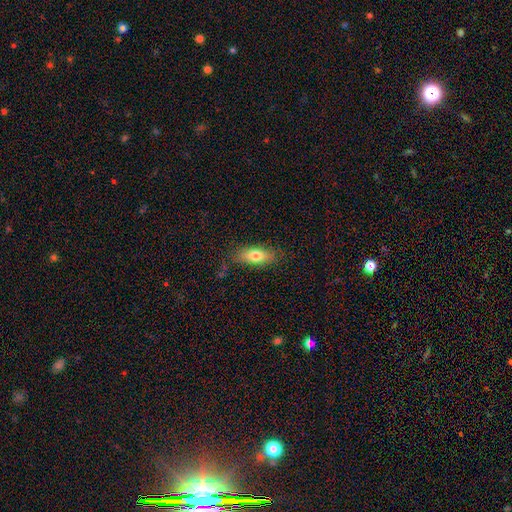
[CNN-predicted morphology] smooth_or_featured: smooth (p=0.75) [alt: featured or disk p=0.18]
how_rounded: in between (p=0.76) [alt: cigar-shaped p=0.20]
merging: none (p=0.79) [alt: minor disturbance p=0.15]